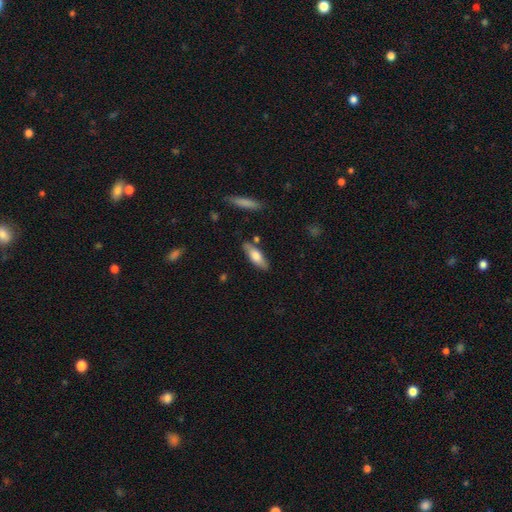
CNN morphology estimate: Smooth or featured? smooth (70%)
How rounded? in between (61%)
Merging? none (81%)